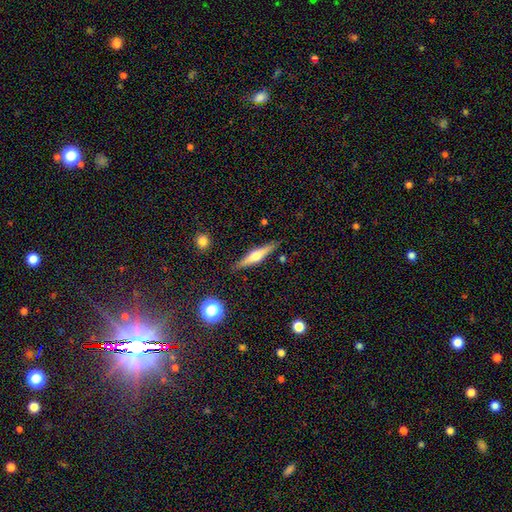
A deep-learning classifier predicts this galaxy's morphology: A featured or disk galaxy (60%) viewed edge-on (96%) with a rounded central bulge (90%).

Vote fractions:
- Smooth or featured? featured or disk: 60% / smooth: 33% / star or artifact: 7%
- Edge-on disk? yes: 96% / no: 4%
- Edge-on bulge? rounded: 90% / boxy: 6% / none: 5%
- Merging? none: 87% / minor disturbance: 9% / major disturbance: 2% / merger: 2%